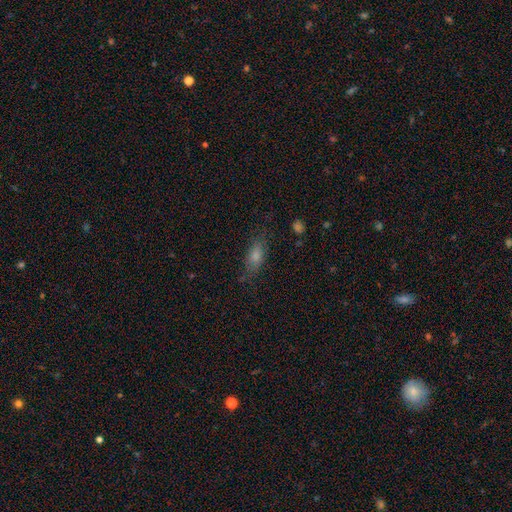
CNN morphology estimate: This is likely a smooth galaxy (75%). How rounded: likely in between (76%). Merging: likely none (70%).